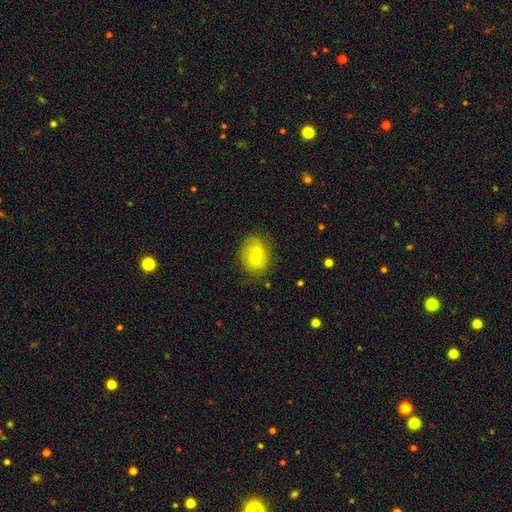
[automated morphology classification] A smooth galaxy with no disk features (66%) that is in between round and cigar-shaped (52%). Merging: none (79%).